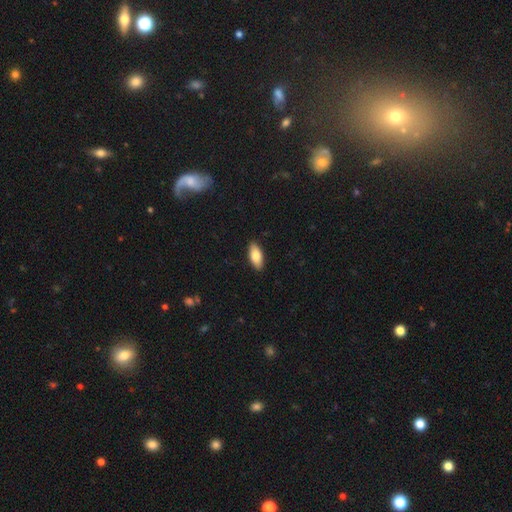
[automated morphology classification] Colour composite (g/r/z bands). It shows a smooth galaxy with no disk features (82%) that is in between round and cigar-shaped (86%). Merging: none (90%).